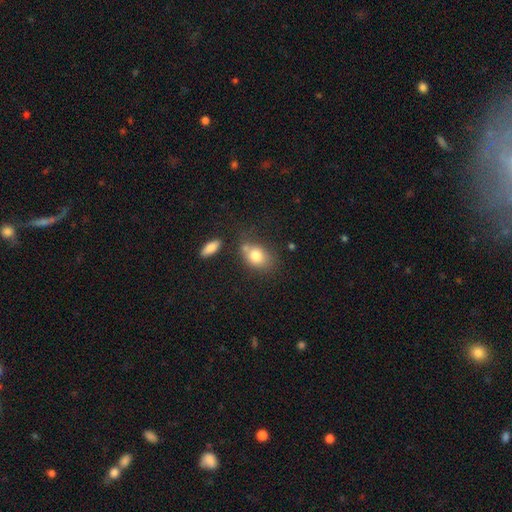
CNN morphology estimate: Q: Smooth or featured?
A: smooth (78%); runner-up: featured or disk (13%)
Q: How rounded?
A: in between (67%); runner-up: round (31%)
Q: Merging?
A: none (52%); runner-up: merger (21%)